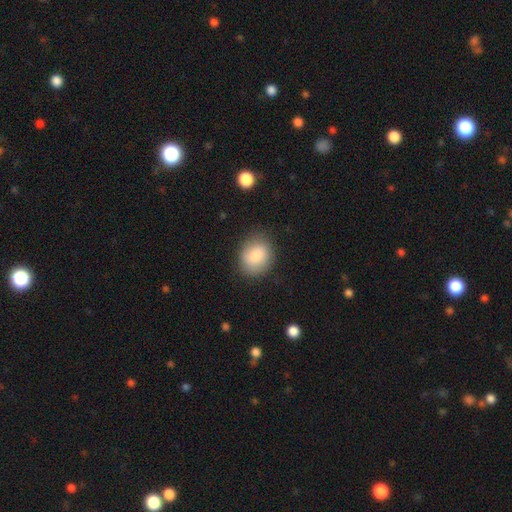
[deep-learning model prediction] smooth-or-featured: smooth: 85% | featured or disk: 8% | star or artifact: 7%
  how-rounded: round: 52% | in between: 47% | cigar-shaped: 1%
  merging: none: 80% | minor disturbance: 15% | major disturbance: 4% | merger: 1%